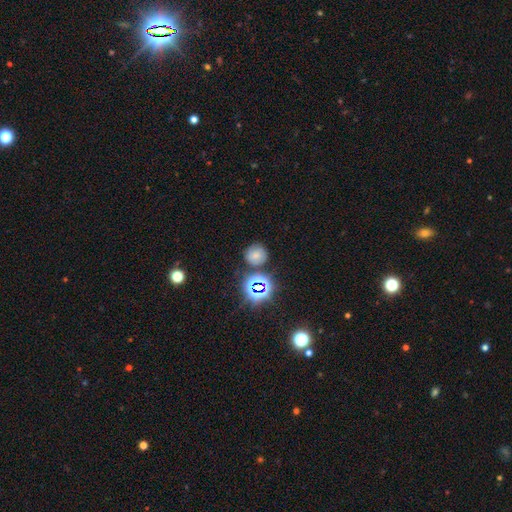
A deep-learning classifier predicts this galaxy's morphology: Smooth or featured? Predicted: smooth (p=0.63). How rounded? Predicted: round (p=0.87). Merging? Predicted: none (p=0.76).